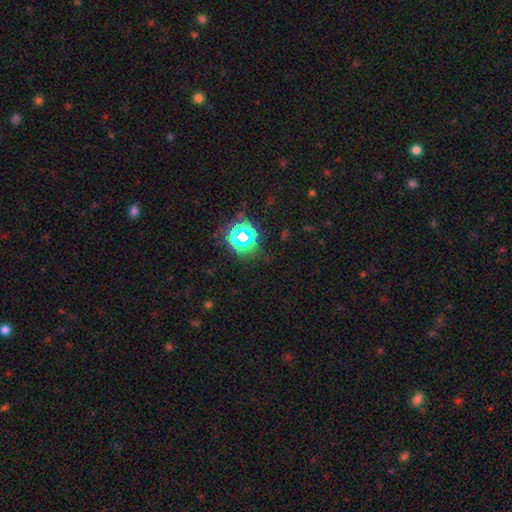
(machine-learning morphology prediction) star or artifact 63%, smooth 27%, featured or disk 9%.